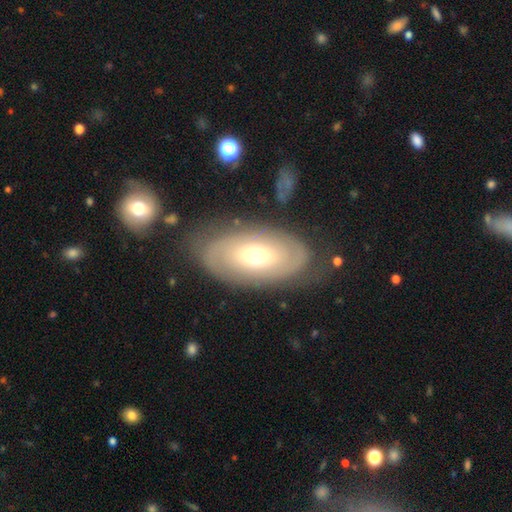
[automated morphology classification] featured or disk 69%, smooth 25%, star or artifact 6%. Down the decision tree: edge-on disk — no (92%); bar — no (71%); spiral arms — yes (76%); bulge size — moderate (70%); merging — none (77%).